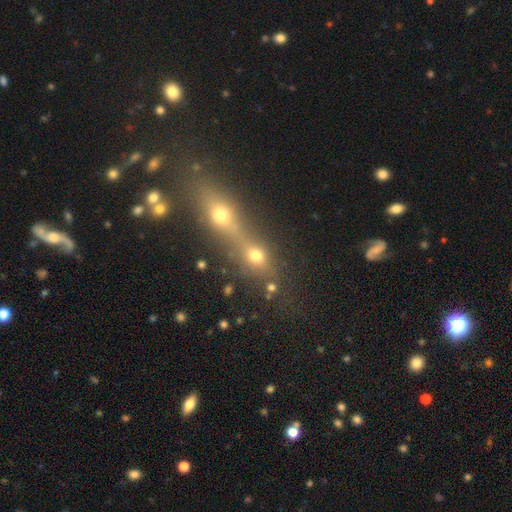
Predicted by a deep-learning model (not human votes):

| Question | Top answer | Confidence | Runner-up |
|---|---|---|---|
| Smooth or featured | smooth | 62% | star or artifact (21%) |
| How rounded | round | 55% | in between (36%) |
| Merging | merger | 54% | none (34%) |